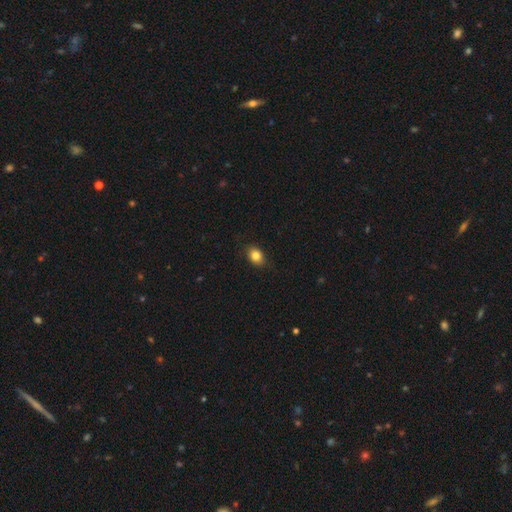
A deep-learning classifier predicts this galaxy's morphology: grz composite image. It shows a smooth galaxy with no disk features (84%) that is in between round and cigar-shaped (65%). Merging: none (84%).